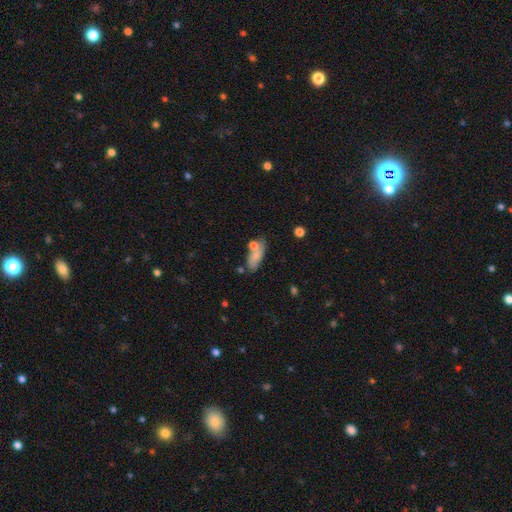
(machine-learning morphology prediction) A smooth galaxy with no disk features (73%) that is in between round and cigar-shaped (74%). Merging: none (52%).